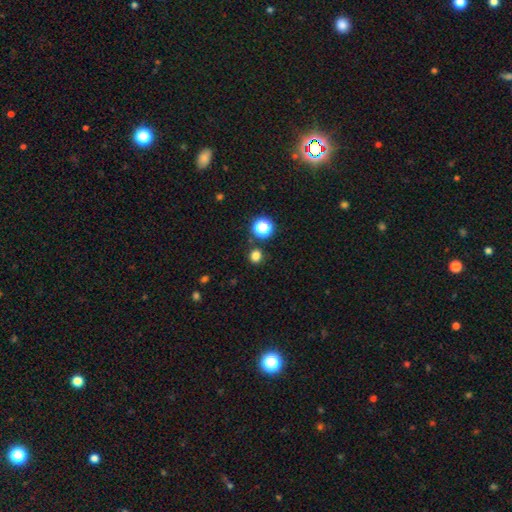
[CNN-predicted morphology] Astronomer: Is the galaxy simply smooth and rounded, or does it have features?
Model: smooth — 78%.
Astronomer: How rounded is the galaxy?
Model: round — 86%.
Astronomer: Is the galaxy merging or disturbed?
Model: none — 86%.